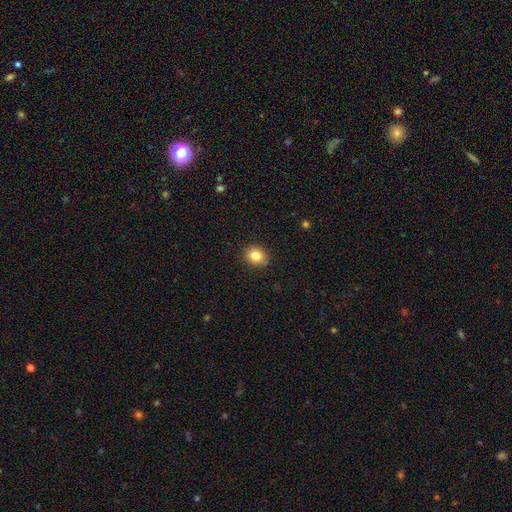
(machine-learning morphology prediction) A smooth galaxy with no disk features (83%) that is round (66%). Merging: none (87%).